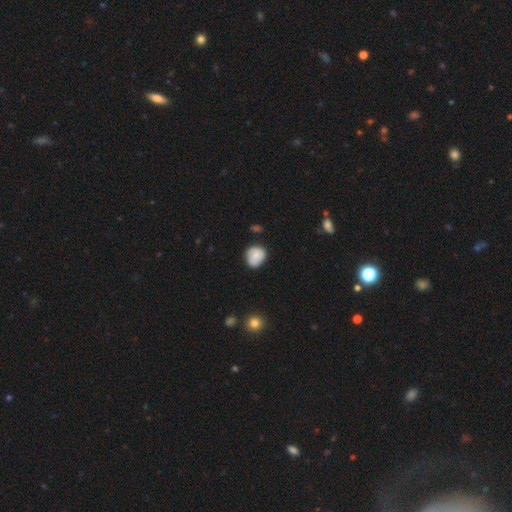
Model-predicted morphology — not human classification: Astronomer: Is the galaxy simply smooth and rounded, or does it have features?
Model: smooth — 78%.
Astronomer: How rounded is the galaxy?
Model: round — 72%.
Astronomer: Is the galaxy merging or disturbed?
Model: none — 70%.